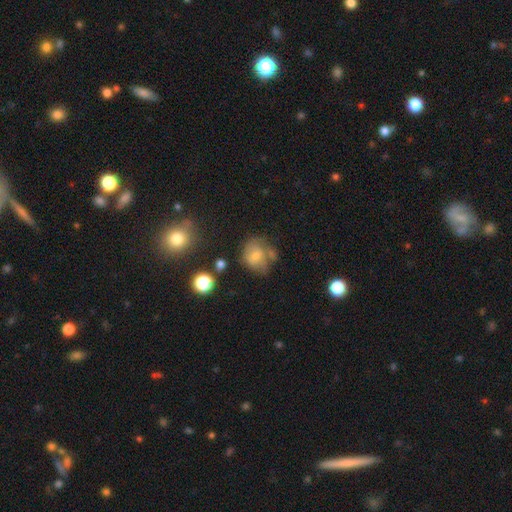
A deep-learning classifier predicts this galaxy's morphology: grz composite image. It shows a smooth galaxy with no disk features (65%) that is round (63%). Merging: none (41%).